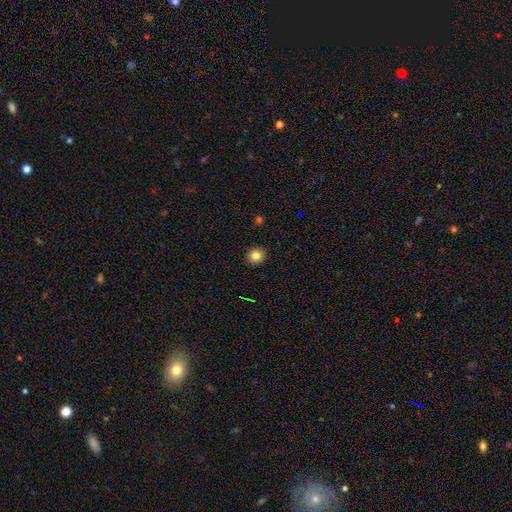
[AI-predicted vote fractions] Morphology: type=smooth (82%); roundness=round (82%); merging=none (91%).